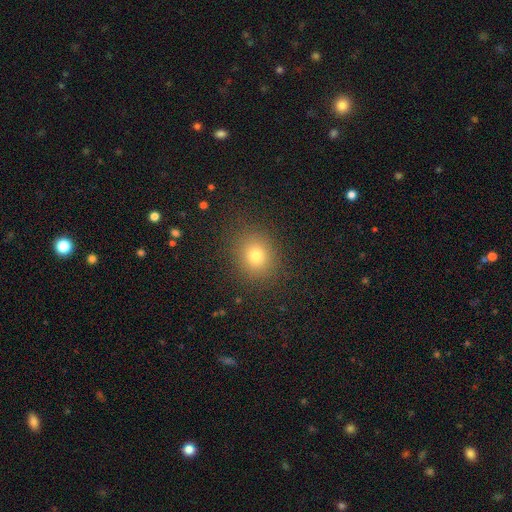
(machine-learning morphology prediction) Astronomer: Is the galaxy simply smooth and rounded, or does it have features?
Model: smooth — 76%.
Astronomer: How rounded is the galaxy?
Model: round — 71%.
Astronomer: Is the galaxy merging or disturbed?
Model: none — 87%.